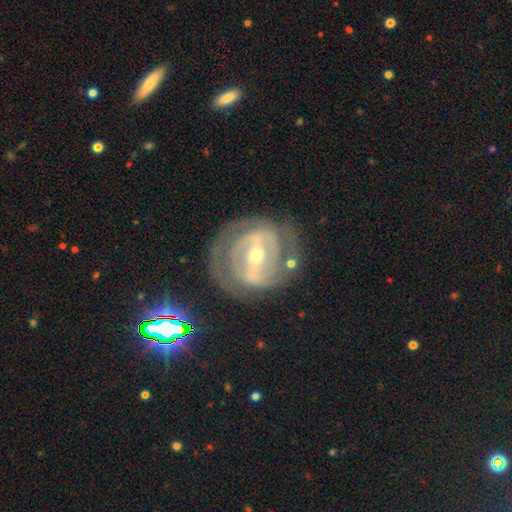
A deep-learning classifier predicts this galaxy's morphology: The model was most divided on "bulge size": moderate: 49%, small: 47%, large: 2%, none: 1%, dominant: 1%. More confident: edge-on disk — no (94%); smooth or featured — featured or disk (83%); spiral arms — yes (72%); merging — none (71%); bar — strong (63%); spiral winding — tight (60%); spiral arm count — 2 (54%).